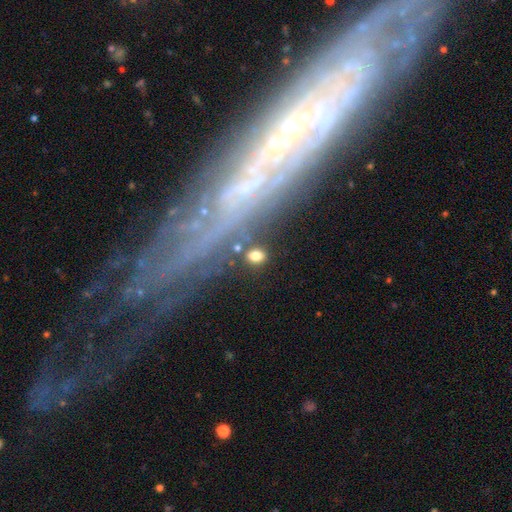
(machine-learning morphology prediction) This appears to be a smooth galaxy with no disk features (76%) that is in between round and cigar-shaped (58%). Merging: none (78%).